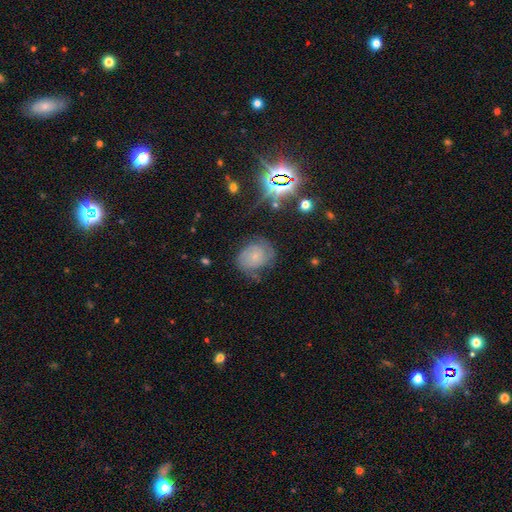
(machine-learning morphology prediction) This is possibly a featured or disk galaxy (59%). It is clearly not viewed edge-on (97%). Bar: likely no (73%). Spiral arm pattern: clearly yes (87%). Central bulge: likely small (70%). Merging: likely none (62%).